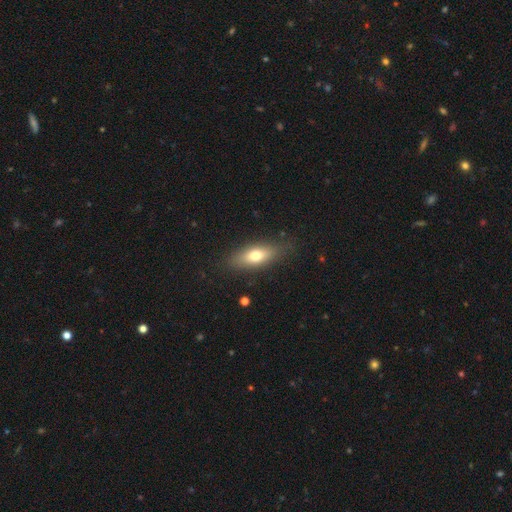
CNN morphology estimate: This is likely a smooth galaxy (69%). How rounded: likely in between (71%). Merging: clearly none (81%).